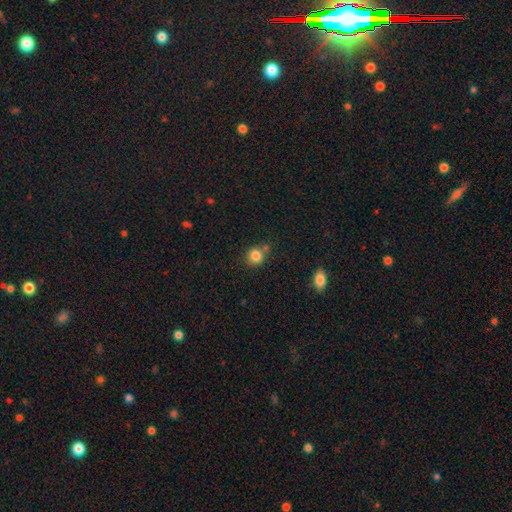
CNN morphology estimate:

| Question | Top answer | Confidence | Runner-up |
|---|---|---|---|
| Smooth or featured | smooth | 83% | star or artifact (11%) |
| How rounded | round | 84% | in between (15%) |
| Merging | none | 66% | merger (17%) |